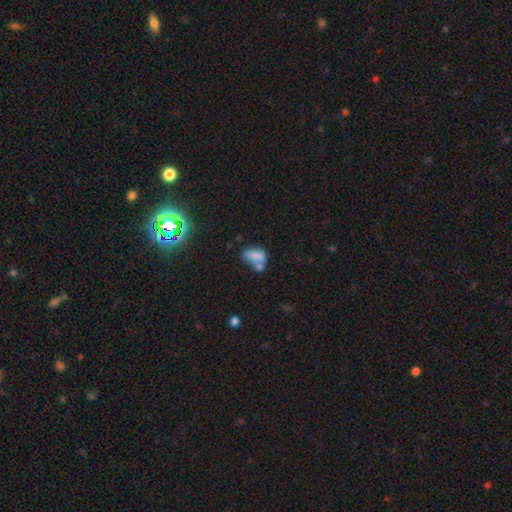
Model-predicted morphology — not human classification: Overall: smooth (72%). How rounded: in between (85%). Merging: merger (42%; none 28%).